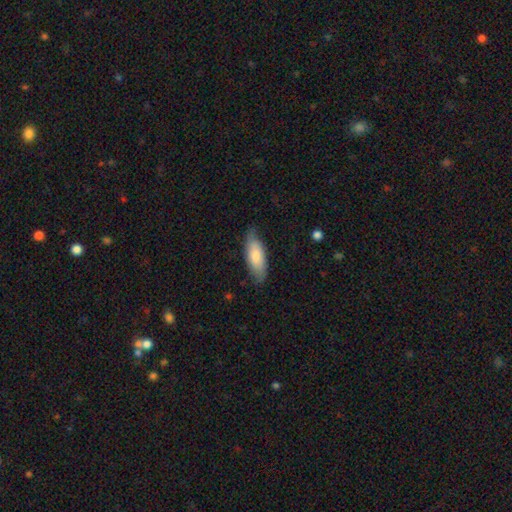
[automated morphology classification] Overall: smooth (74%). How rounded: in between (73%). Merging: none (74%).